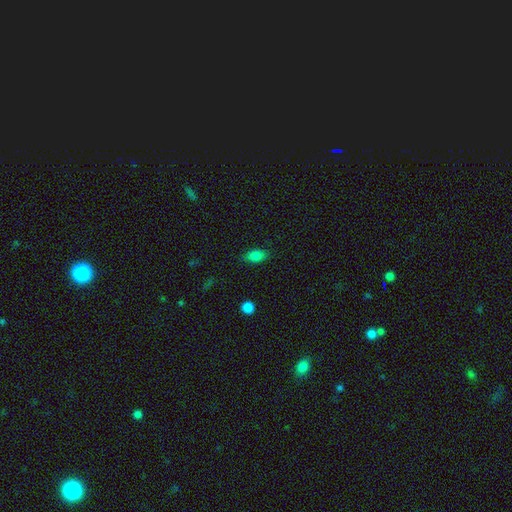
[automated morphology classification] smooth 83%, star or artifact 10%, featured or disk 7%. Down the decision tree: how rounded — in between (88%); merging — none (81%).